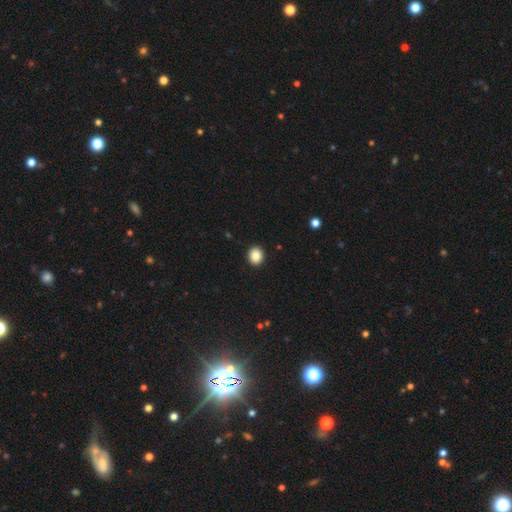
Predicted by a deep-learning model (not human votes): Morphology: type=smooth (87%); roundness=round (74%); merging=none (92%).